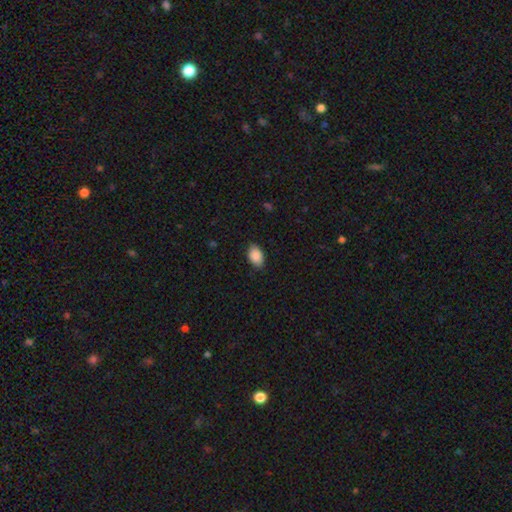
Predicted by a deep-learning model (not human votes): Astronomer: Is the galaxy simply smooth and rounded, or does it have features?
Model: smooth — 89%.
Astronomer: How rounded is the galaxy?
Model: in between — 89%.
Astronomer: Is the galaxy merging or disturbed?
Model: none — 85%.